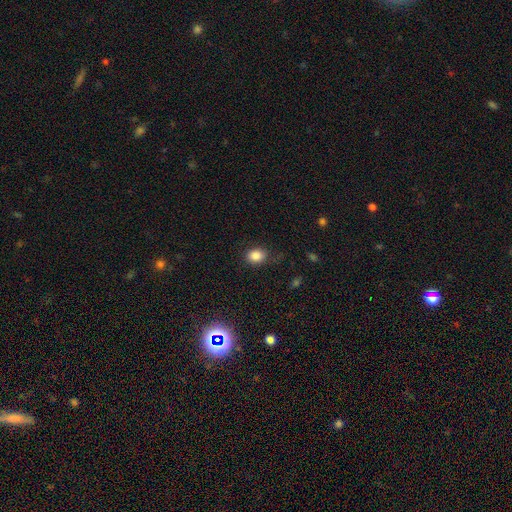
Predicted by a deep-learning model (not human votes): Smooth or featured? Predicted: smooth (p=0.85). How rounded? Predicted: in between (p=0.62). Merging? Predicted: none (p=0.78).